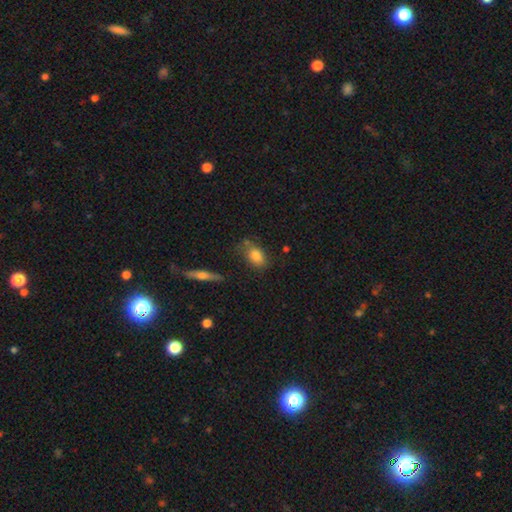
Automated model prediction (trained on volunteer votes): Overall: smooth (81%). How rounded: in between (80%). Merging: none (66%).